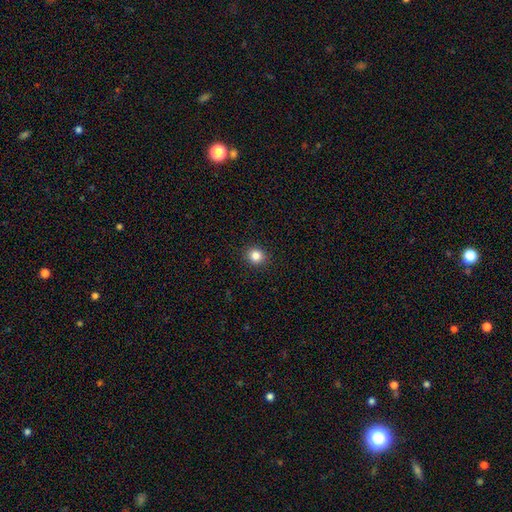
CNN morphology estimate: Smooth or featured? smooth (84%)
How rounded? round (84%)
Merging? none (91%)